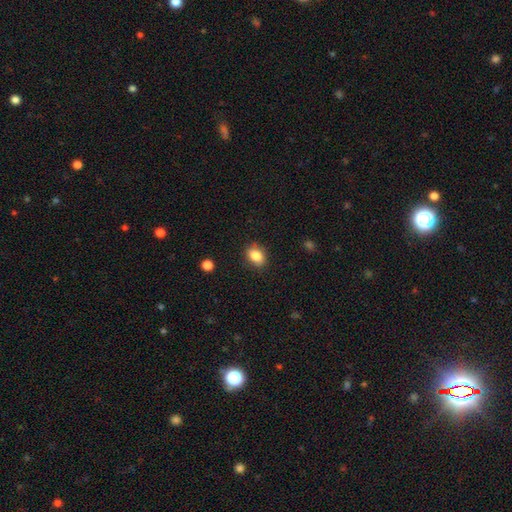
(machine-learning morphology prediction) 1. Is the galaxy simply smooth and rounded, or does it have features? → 85% smooth, 9% star or artifact, 6% featured or disk.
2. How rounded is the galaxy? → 74% in between, 25% round, 1% cigar-shaped.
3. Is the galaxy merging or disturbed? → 85% none, 11% minor disturbance, 3% major disturbance, 1% merger.